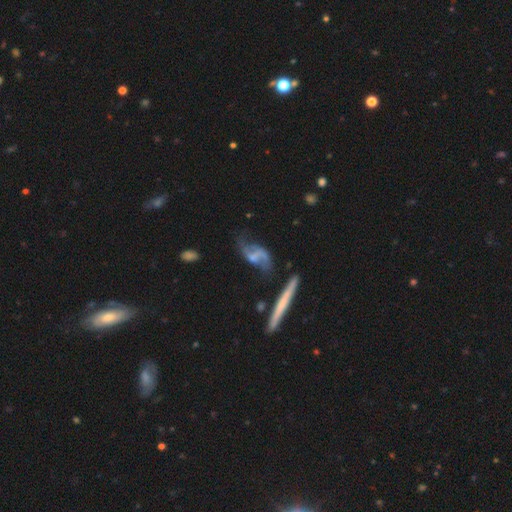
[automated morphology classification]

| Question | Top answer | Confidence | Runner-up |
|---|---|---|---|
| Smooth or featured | featured or disk | 77% | smooth (16%) |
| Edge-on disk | no | 92% | yes (8%) |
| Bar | no | 45% | weak (39%) |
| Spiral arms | yes | 85% | no (15%) |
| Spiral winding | loose | 82% | medium (14%) |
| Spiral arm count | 2 | 88% | 1 (5%) |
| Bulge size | none | 58% | small (27%) |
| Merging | none | 48% | minor disturbance (23%) |